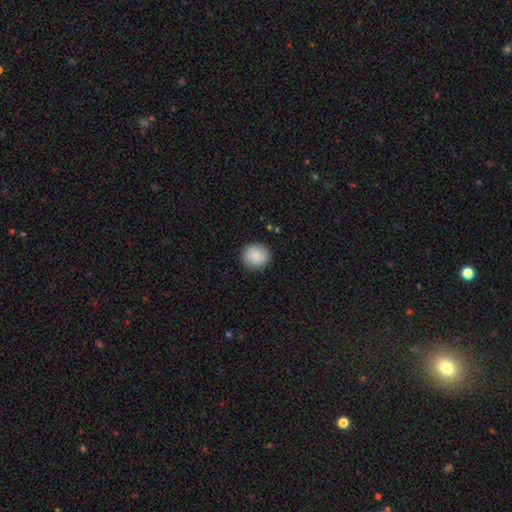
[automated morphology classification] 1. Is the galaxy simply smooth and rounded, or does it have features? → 86% smooth, 7% star or artifact, 7% featured or disk.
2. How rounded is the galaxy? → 90% round, 9% in between, 1% cigar-shaped.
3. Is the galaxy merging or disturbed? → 89% none, 8% minor disturbance, 2% major disturbance, 1% merger.